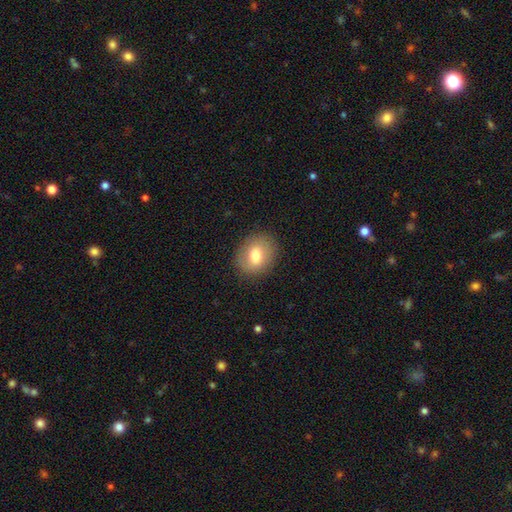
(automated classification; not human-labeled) The model was most divided on "how rounded": round: 59%, in between: 40%, cigar-shaped: 1%. More confident: merging — none (86%); smooth or featured — smooth (72%).